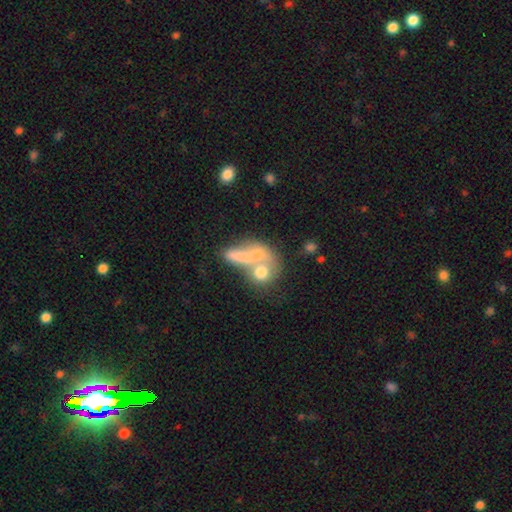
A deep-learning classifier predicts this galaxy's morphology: Overall: smooth (54%; featured or disk 33%). How rounded: in between (51%; round 34%). Merging: merger (57%; none 21%).